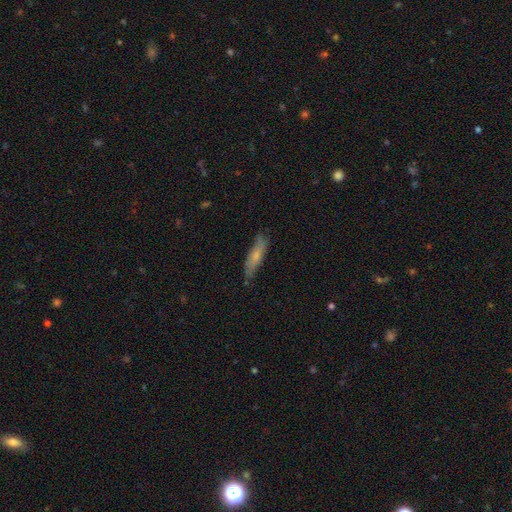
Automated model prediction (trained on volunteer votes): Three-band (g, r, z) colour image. It shows a smooth galaxy with no disk features (61%) that is cigar-shaped (73%). Merging: none (75%).